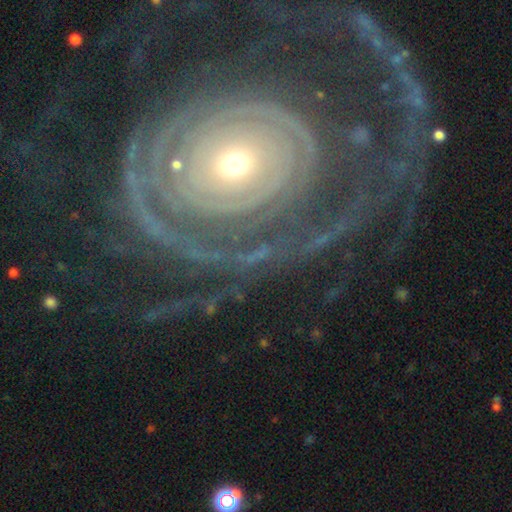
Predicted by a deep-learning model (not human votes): Smooth or featured? featured or disk (86%)
Edge-on disk? no (97%)
Bar? no (80%)
Spiral arms? yes (92%)
Spiral winding? tight (80%)
Spiral arm count? can't tell (27%)
Bulge size? small (62%)
Merging? none (68%)